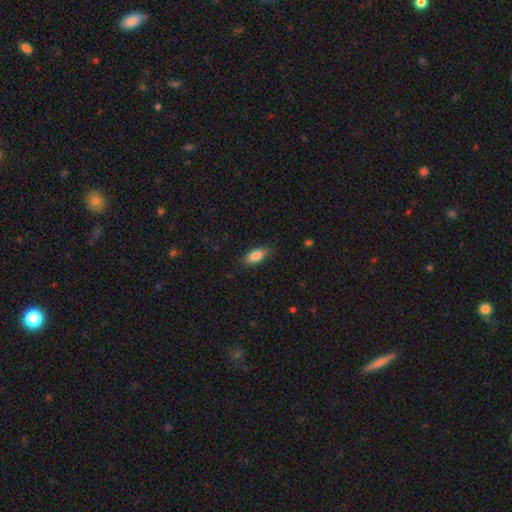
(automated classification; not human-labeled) Q: Smooth or featured?
A: smooth (86%); runner-up: star or artifact (7%)
Q: How rounded?
A: in between (84%); runner-up: cigar-shaped (14%)
Q: Merging?
A: none (81%); runner-up: minor disturbance (14%)